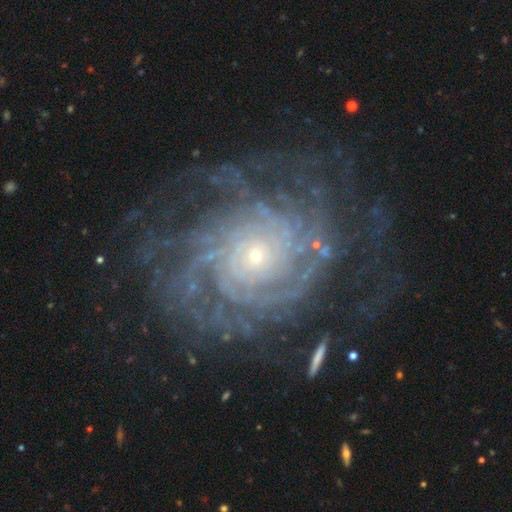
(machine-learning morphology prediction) A featured or disk galaxy (90%) with no bar (82%), more than 4 (26%, tied with can't tell) tight (79%) spiral arms (97%) and a small central bulge (80%). Merging: none (70%).